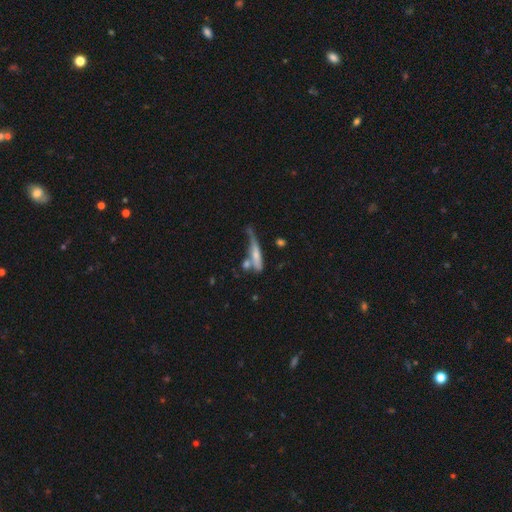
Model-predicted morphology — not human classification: Smooth or featured? smooth (53%)
How rounded? cigar-shaped (79%)
Merging? none (35%)